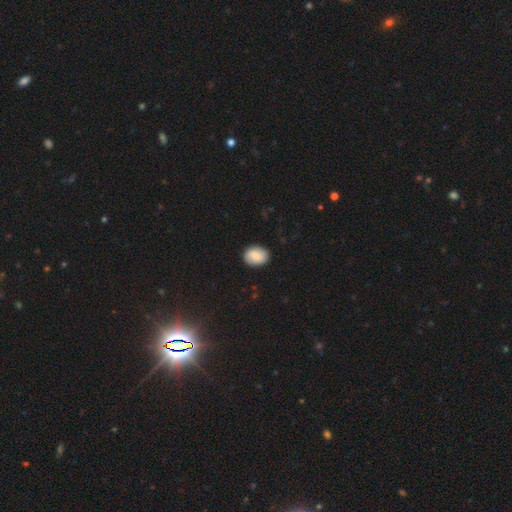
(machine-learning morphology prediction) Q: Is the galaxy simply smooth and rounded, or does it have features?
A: smooth — 83%.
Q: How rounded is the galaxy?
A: in between — 60%.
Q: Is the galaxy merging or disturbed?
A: none — 88%.